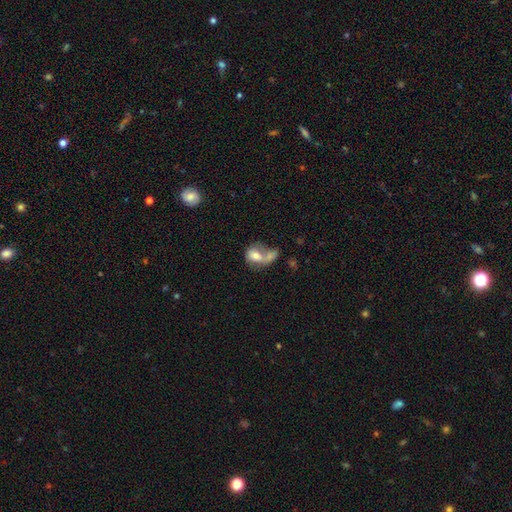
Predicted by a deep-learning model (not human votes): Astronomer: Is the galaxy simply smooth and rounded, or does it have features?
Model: smooth — 64%.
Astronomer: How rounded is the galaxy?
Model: in between — 66%.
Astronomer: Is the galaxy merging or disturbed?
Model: merger — 54%.